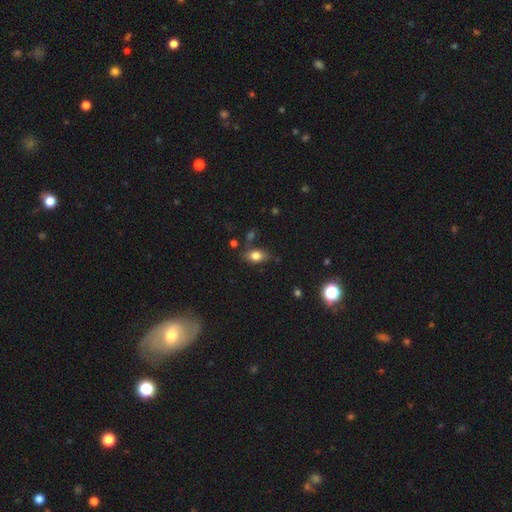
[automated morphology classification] smooth_or_featured: smooth (p=0.78) [alt: featured or disk p=0.11]
how_rounded: in between (p=0.81) [alt: round p=0.15]
merging: none (p=0.71) [alt: minor disturbance p=0.18]